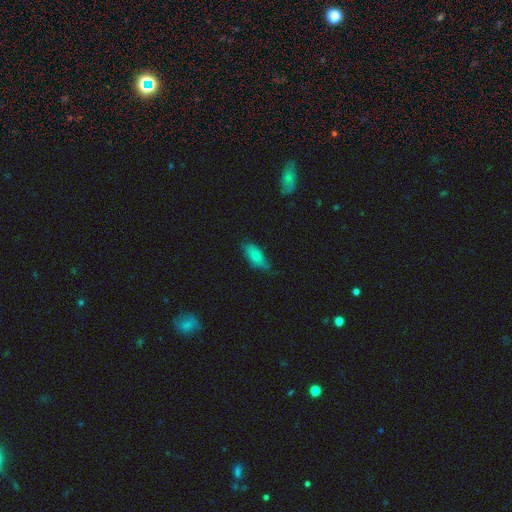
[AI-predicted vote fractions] This appears to be a smooth galaxy with no disk features (73%) that is in between round and cigar-shaped (81%). Merging: none (63%).